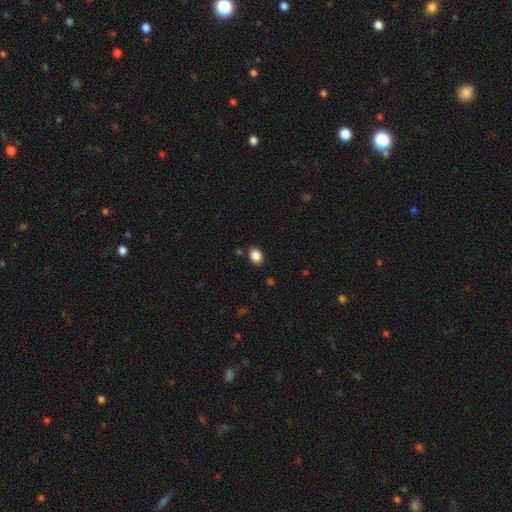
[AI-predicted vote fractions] A smooth galaxy with no disk features (86%) that is in between round and cigar-shaped (67%). Merging: none (86%).